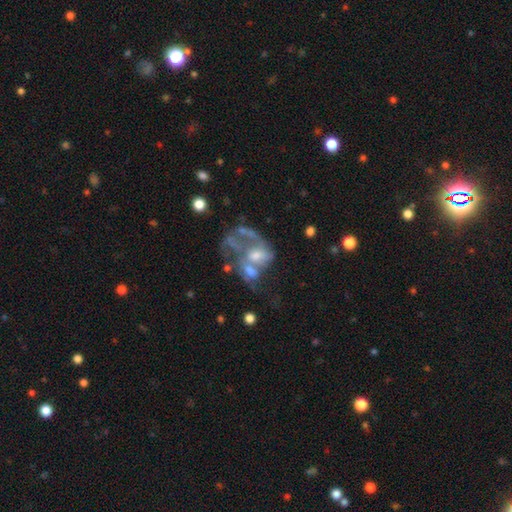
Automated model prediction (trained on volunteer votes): A featured or disk galaxy (66%) with no bar (76%), no spiral arms (62%) and a moderate central bulge (43%).

Vote fractions:
- Smooth or featured? featured or disk: 66% / smooth: 20% / star or artifact: 14%
- Edge-on disk? no: 97% / yes: 3%
- Bar? no: 76% / weak: 19% / strong: 5%
- Spiral arms? no: 62% / yes: 38%
- Bulge size? moderate: 43% / small: 27% / none: 22% / large: 6% / dominant: 2%
- Merging? merger: 44% / major disturbance: 30% / none: 17% / minor disturbance: 9%